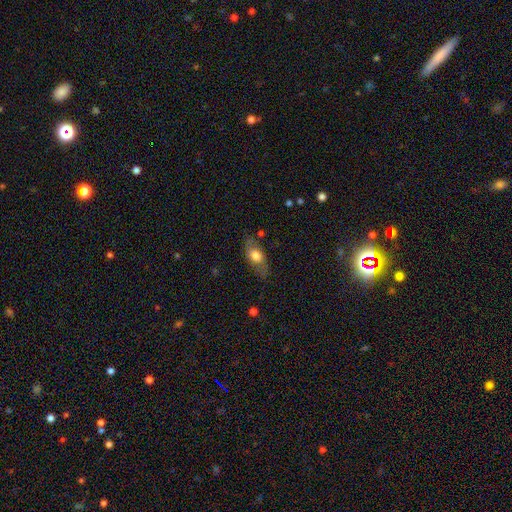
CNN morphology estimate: type=smooth (62%); roundness=in between (82%); merging=none (71%).